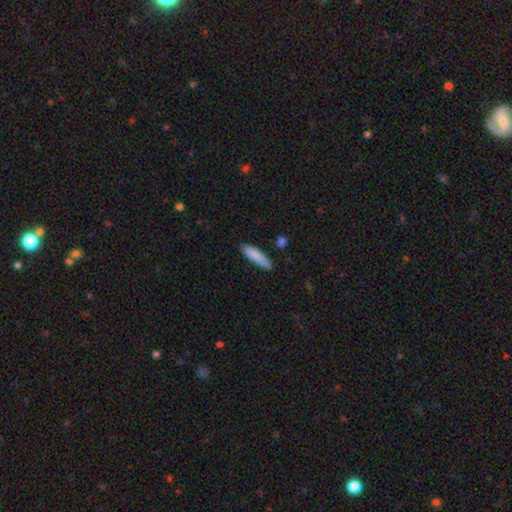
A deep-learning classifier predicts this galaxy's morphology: This is clearly a smooth galaxy (85%). How rounded: likely cigar-shaped (78%). Merging: clearly none (82%).